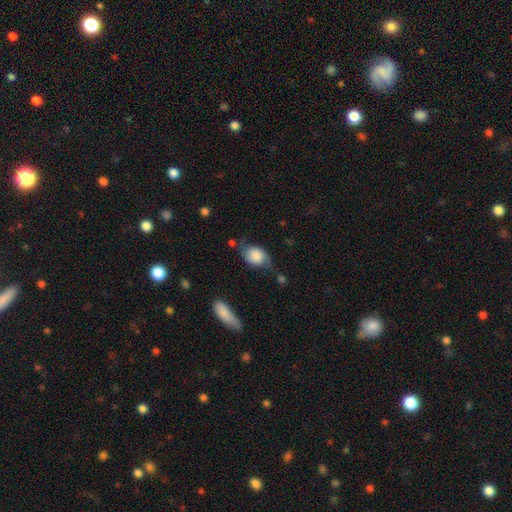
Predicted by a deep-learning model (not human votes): This appears to be a smooth galaxy with no disk features (59%) that is in between round and cigar-shaped (68%). Merging: none (51%).